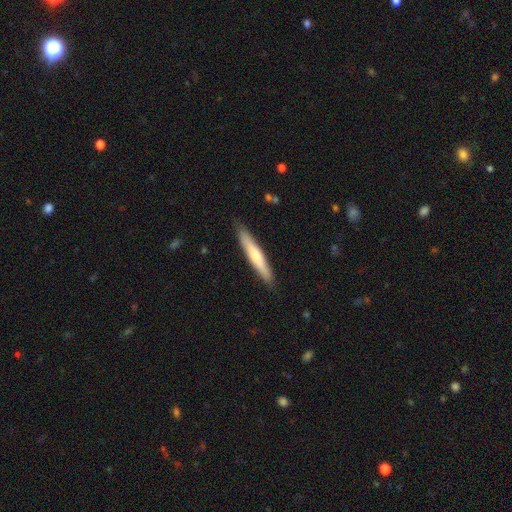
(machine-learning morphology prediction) smooth-or-featured: smooth: 59% | featured or disk: 36% | star or artifact: 5%
  how-rounded: cigar-shaped: 93% | in between: 6% | round: 1%
  merging: none: 88% | minor disturbance: 9% | major disturbance: 2% | merger: 1%